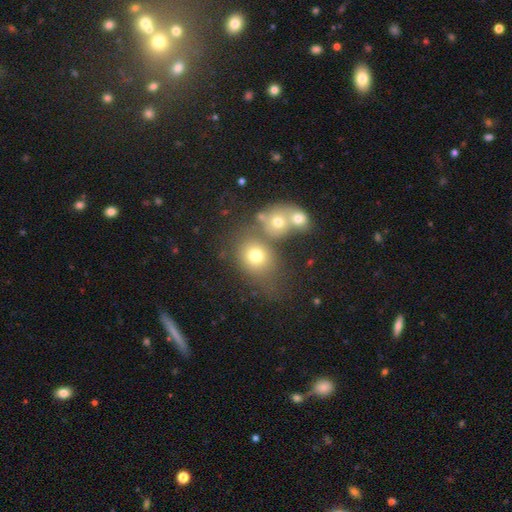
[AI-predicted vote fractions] This is likely a smooth galaxy (71%). How rounded: likely round (66%). Merging: possibly none (48%).